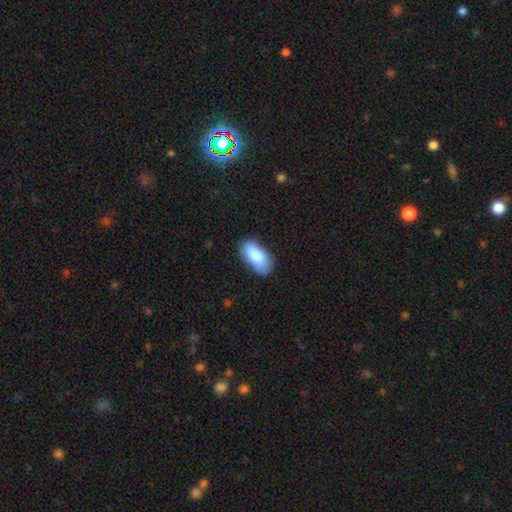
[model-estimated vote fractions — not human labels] smooth-or-featured: smooth: 84% | featured or disk: 9% | star or artifact: 6%
  how-rounded: in between: 92% | cigar-shaped: 5% | round: 3%
  merging: none: 77% | minor disturbance: 18% | major disturbance: 4% | merger: 1%